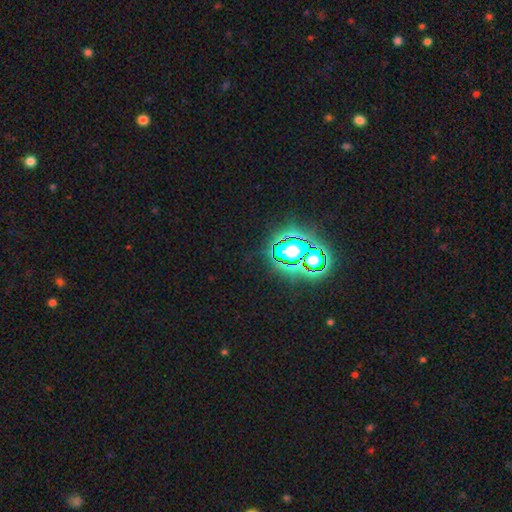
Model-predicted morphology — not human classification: The model was most divided on "smooth or featured": star or artifact: 81%, smooth: 11%, featured or disk: 7%.